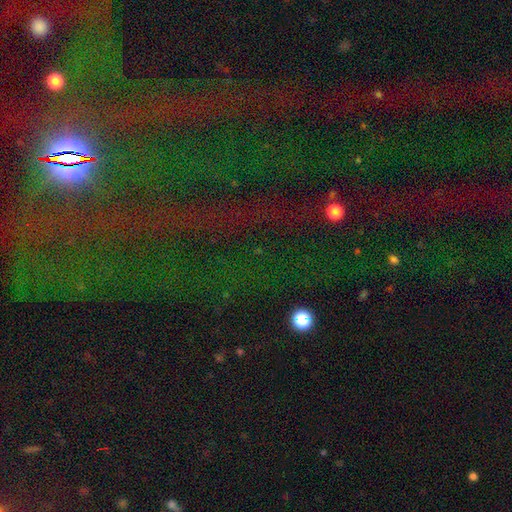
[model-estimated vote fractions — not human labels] smooth-or-featured: star or artifact: 83% | smooth: 9% | featured or disk: 8%